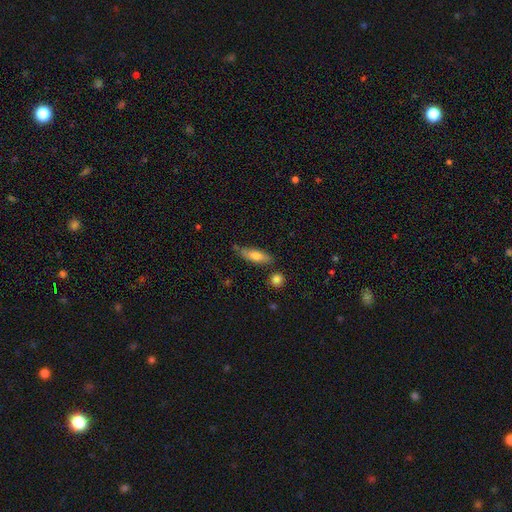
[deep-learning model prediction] This appears to be a smooth galaxy with no disk features (68%) that is in between round and cigar-shaped (53%). Merging: none (72%).